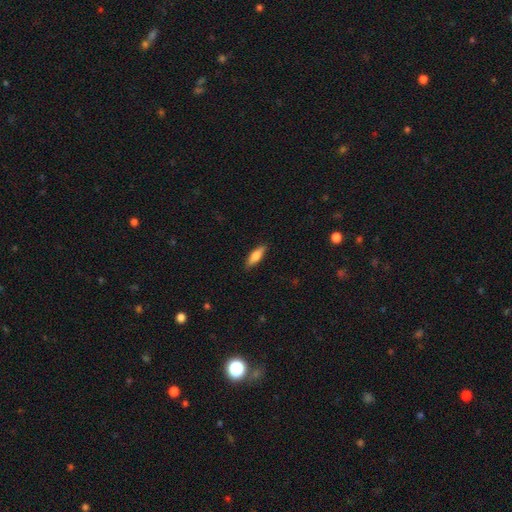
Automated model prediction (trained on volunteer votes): smooth 68%, featured or disk 26%, star or artifact 6%. Down the decision tree: how rounded — cigar-shaped (53%); merging — none (88%).